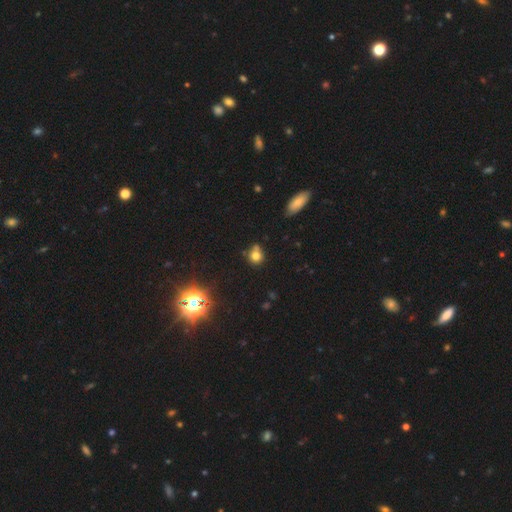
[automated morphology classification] Smooth or featured: smooth — 73% (star or artifact — 17%)
How rounded: round — 81% (in between — 17%)
Merging: none — 59% (merger — 20%)